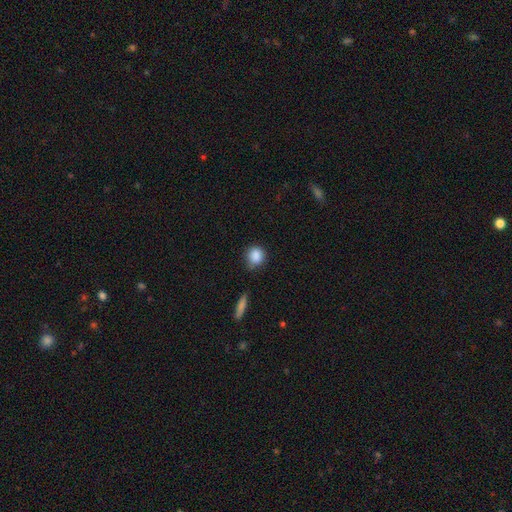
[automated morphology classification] Smooth or featured? Predicted: smooth (p=0.87). How rounded? Predicted: round (p=0.80). Merging? Predicted: none (p=0.70).